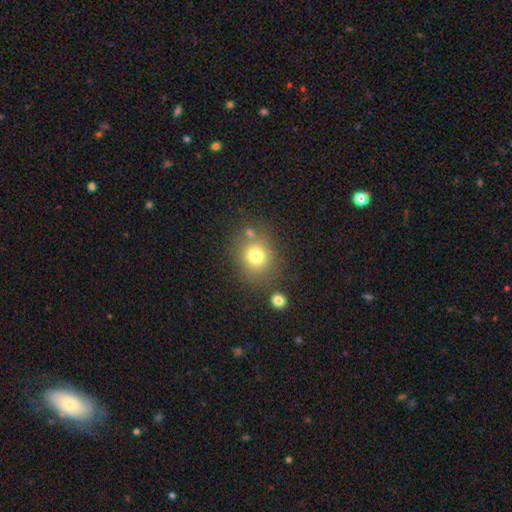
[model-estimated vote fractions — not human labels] A smooth galaxy with no disk features (75%) that is round (77%). Merging: none (70%).